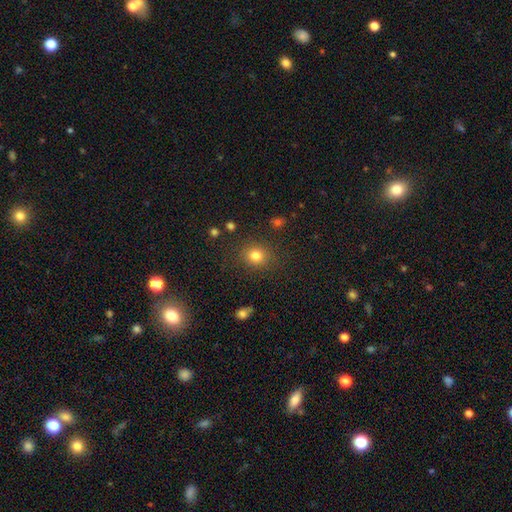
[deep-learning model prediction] A smooth galaxy with no disk features (80%) that is round (75%). Merging: none (85%).